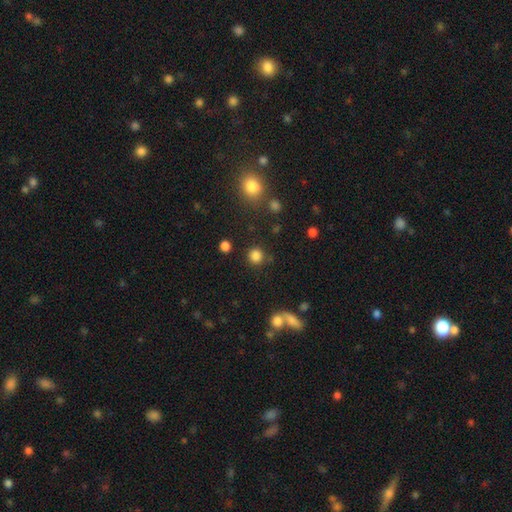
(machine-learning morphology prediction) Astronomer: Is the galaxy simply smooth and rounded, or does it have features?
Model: smooth — 83%.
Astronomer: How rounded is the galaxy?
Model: round — 92%.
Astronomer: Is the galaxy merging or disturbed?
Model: none — 84%.